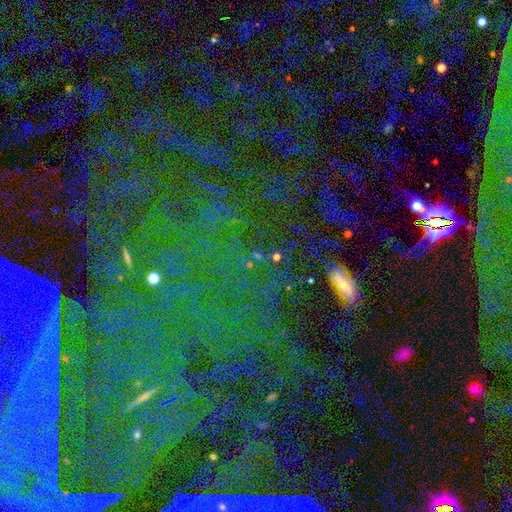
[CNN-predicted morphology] Overall: star or artifact (80%).